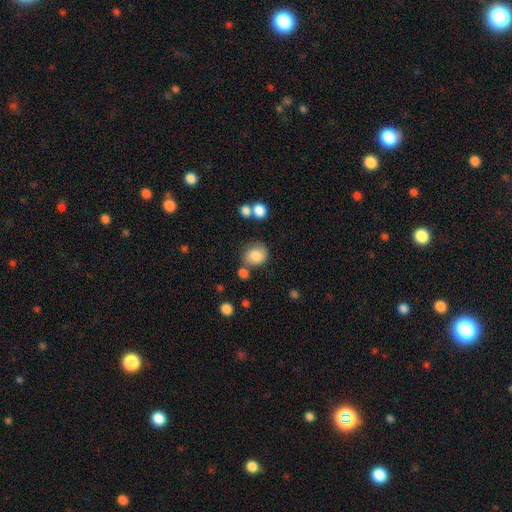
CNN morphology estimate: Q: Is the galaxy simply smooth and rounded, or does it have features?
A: smooth — 83%.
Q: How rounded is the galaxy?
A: round — 66%.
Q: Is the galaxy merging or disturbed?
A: none — 67%.